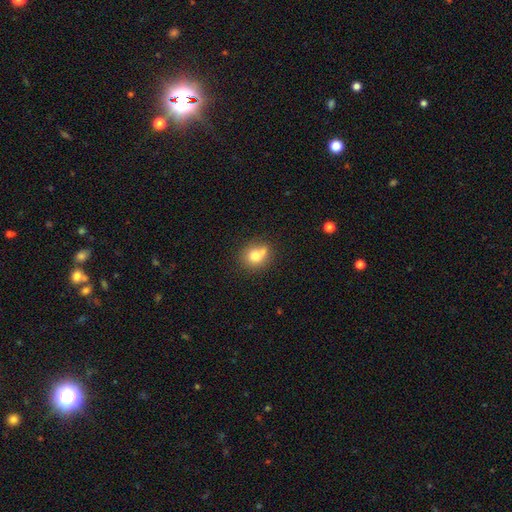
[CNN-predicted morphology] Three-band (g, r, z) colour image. It shows a smooth galaxy with no disk features (75%) that is round (71%). Merging: none (49%).